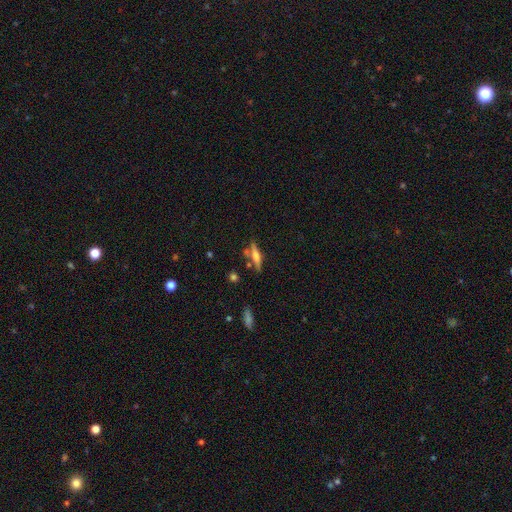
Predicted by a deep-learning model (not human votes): Smooth or featured: smooth — 47% (featured or disk — 44%)
Merging: none — 70% (minor disturbance — 15%)